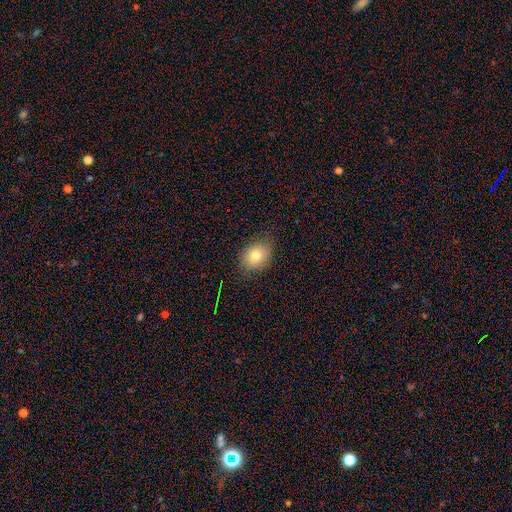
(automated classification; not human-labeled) Smooth or featured? Predicted: smooth (p=0.77). How rounded? Predicted: in between (p=0.58). Merging? Predicted: none (p=0.80).